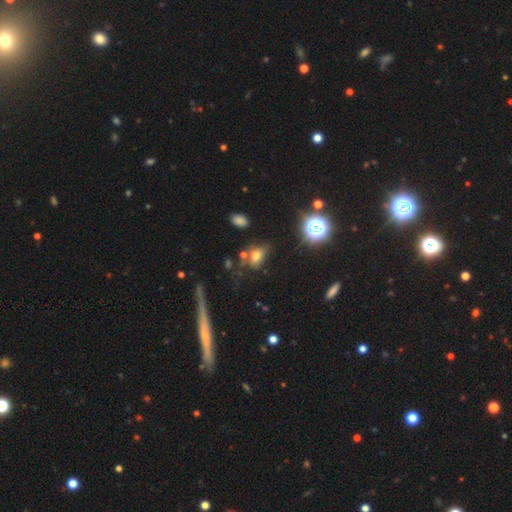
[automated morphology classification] smooth 68%, star or artifact 19%, featured or disk 14%. Down the decision tree: how rounded — in between (73%); merging — none (55%).